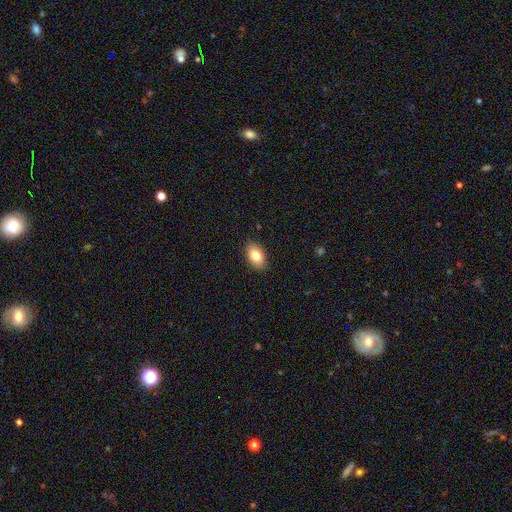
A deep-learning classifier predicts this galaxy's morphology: Smooth or featured?
  - smooth: 83% *
  - featured or disk: 9%
  - star or artifact: 8%
How rounded?
  - in between: 89% *
  - round: 10%
  - cigar-shaped: 1%
Merging?
  - none: 88% *
  - minor disturbance: 9%
  - major disturbance: 2%
  - merger: 1%